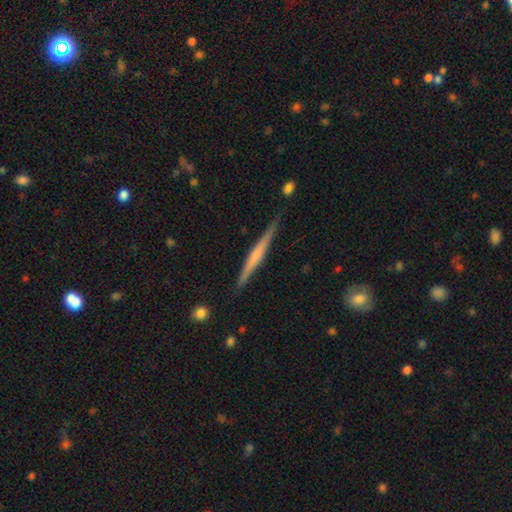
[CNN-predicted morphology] Smooth or featured? featured or disk (61%)
Edge-on disk? yes (98%)
Edge-on bulge? none (52%)
Merging? none (87%)